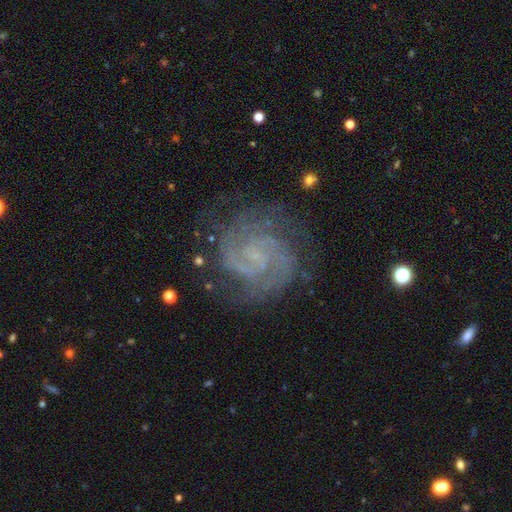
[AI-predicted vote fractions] Smooth or featured? featured or disk (89%)
Edge-on disk? no (98%)
Bar? no (44%)
Spiral arms? yes (98%)
Spiral winding? tight (61%)
Spiral arm count? 2 (60%)
Bulge size? small (56%)
Merging? none (78%)